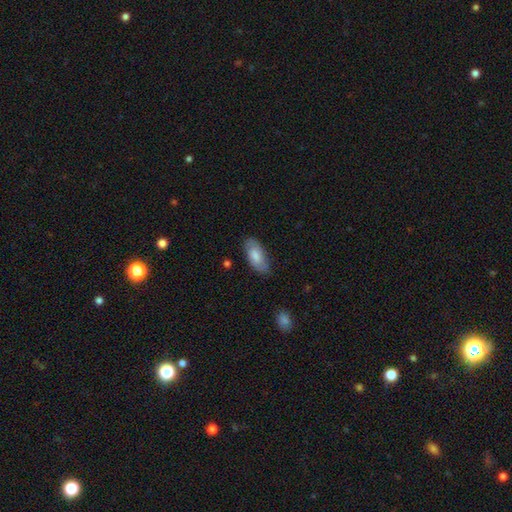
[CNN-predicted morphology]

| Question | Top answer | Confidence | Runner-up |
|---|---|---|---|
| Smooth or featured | smooth | 67% | featured or disk (27%) |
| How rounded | in between | 91% | cigar-shaped (7%) |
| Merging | none | 78% | minor disturbance (17%) |